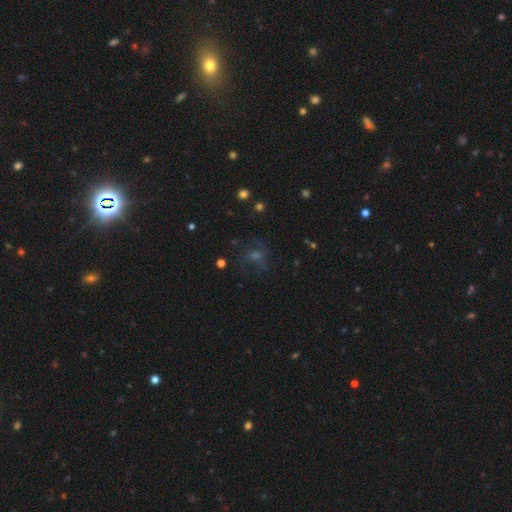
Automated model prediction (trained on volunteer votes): smooth-or-featured: star or artifact: 41% | smooth: 32% | featured or disk: 27%